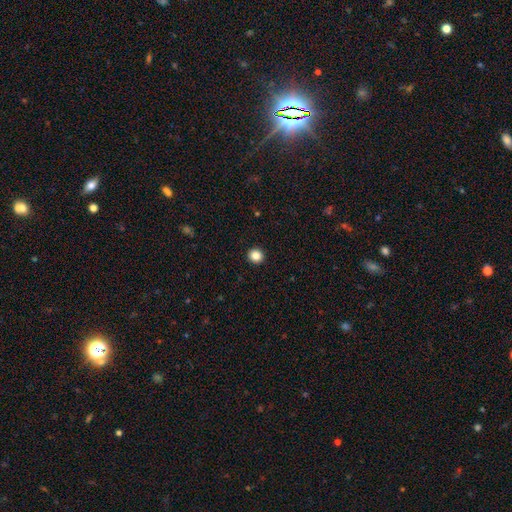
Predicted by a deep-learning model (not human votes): A smooth galaxy with no disk features (86%) that is round (90%). Merging: none (94%).